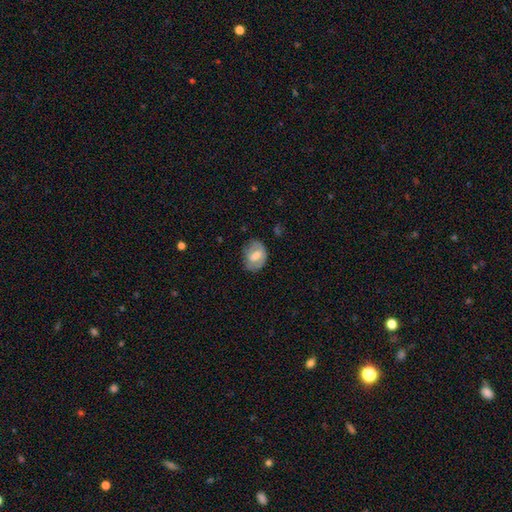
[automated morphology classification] type=featured or disk (53%); edge-on=no (96%); bar=weak (50%); spiral arms=yes (73%); bulge=moderate (55%); merging=none (68%).